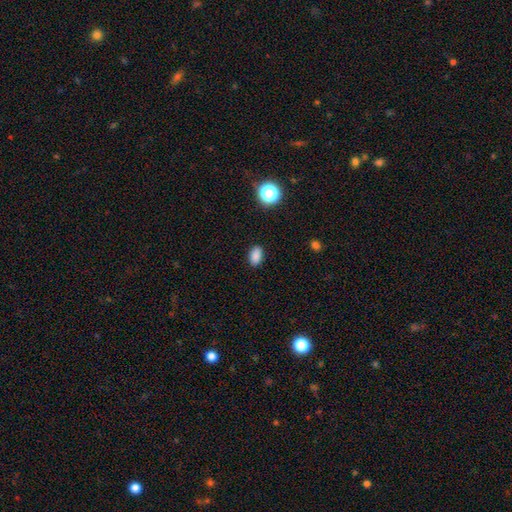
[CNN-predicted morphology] Q: Smooth or featured?
A: smooth (86%); runner-up: star or artifact (11%)
Q: How rounded?
A: in between (89%); runner-up: round (9%)
Q: Merging?
A: none (88%); runner-up: minor disturbance (8%)